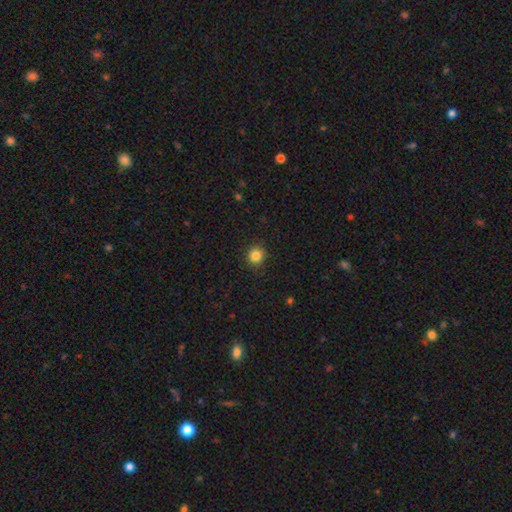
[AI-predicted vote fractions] Smooth or featured? smooth (84%)
How rounded? round (92%)
Merging? none (90%)